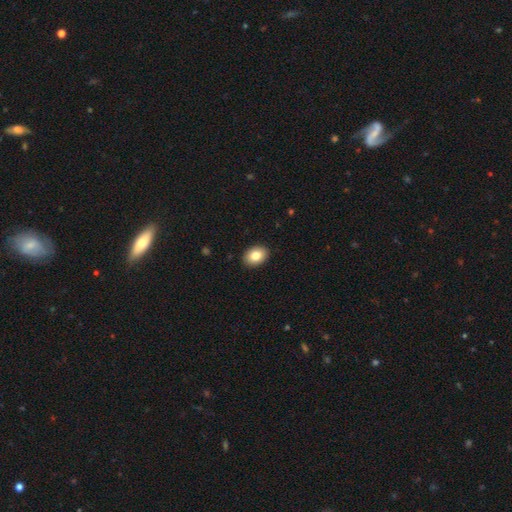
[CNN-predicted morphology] The model was most divided on "how rounded": in between: 79%, round: 20%, cigar-shaped: 1%. More confident: merging — none (91%); smooth or featured — smooth (83%).